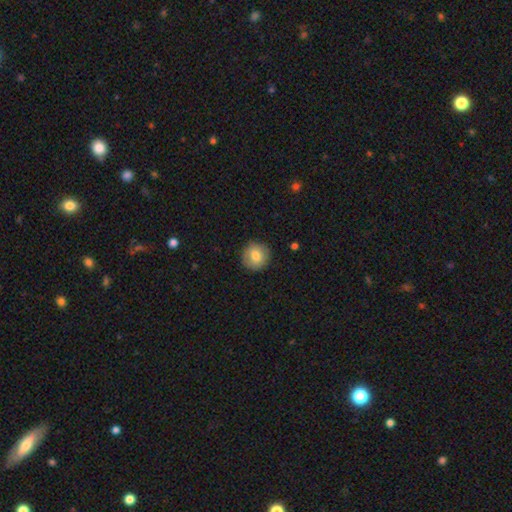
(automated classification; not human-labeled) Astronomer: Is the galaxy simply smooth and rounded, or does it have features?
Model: smooth — 80%.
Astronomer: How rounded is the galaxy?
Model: round — 94%.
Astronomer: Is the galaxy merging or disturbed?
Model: none — 89%.